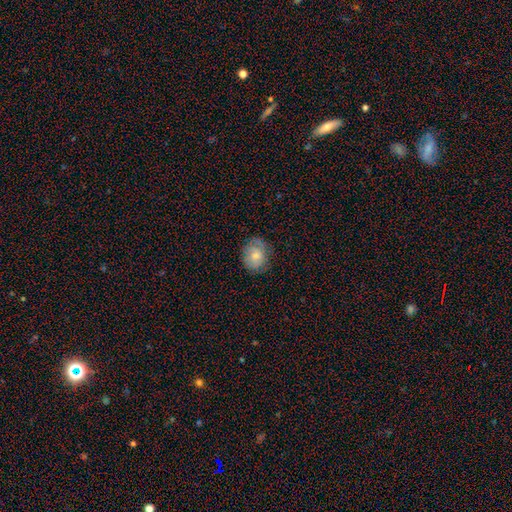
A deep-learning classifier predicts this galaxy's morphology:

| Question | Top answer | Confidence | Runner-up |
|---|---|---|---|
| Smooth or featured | smooth | 70% | featured or disk (22%) |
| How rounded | round | 56% | in between (43%) |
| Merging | none | 73% | minor disturbance (20%) |